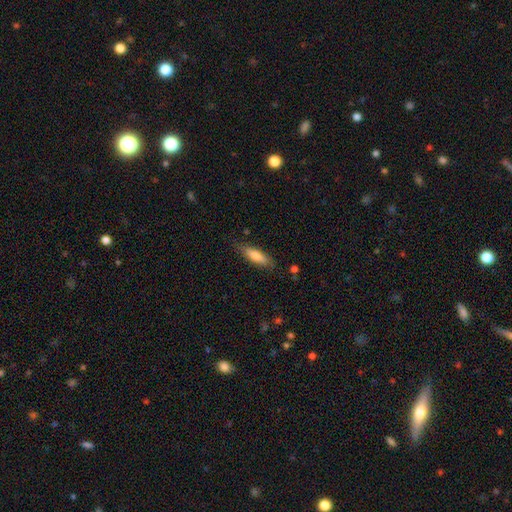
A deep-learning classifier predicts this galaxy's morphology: smooth 77%, featured or disk 17%, star or artifact 6%. Down the decision tree: how rounded — cigar-shaped (56%); merging — none (80%).